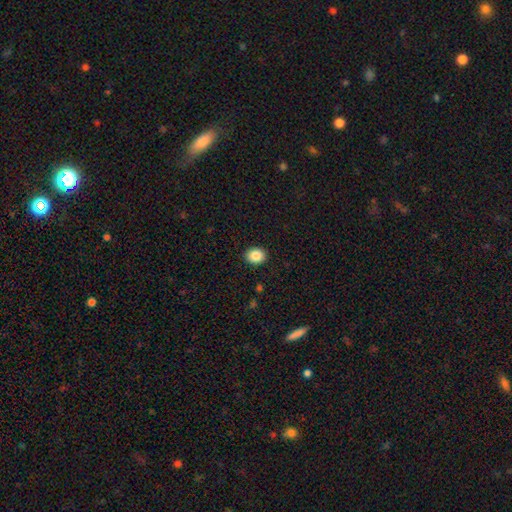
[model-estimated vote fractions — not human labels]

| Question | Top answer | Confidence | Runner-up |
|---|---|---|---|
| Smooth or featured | smooth | 86% | star or artifact (9%) |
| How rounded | round | 62% | in between (37%) |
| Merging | none | 91% | minor disturbance (6%) |